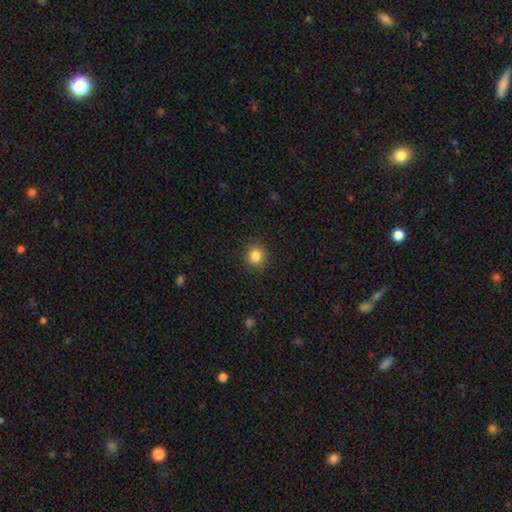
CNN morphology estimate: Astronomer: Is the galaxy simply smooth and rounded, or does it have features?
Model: smooth — 85%.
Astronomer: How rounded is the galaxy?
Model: round — 92%.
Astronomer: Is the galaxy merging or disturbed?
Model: none — 91%.